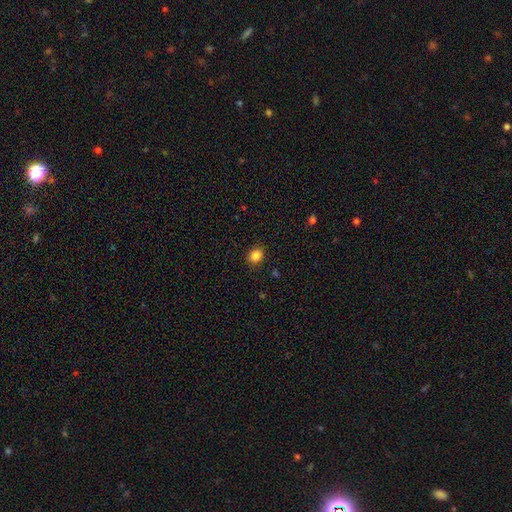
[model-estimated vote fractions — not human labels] A smooth galaxy with no disk features (85%) that is round (62%).

Vote fractions:
- Smooth or featured? smooth: 85% / star or artifact: 11% / featured or disk: 4%
- How rounded? round: 62% / in between: 38% / cigar-shaped: 1%
- Merging? none: 88% / minor disturbance: 9% / major disturbance: 2% / merger: 1%